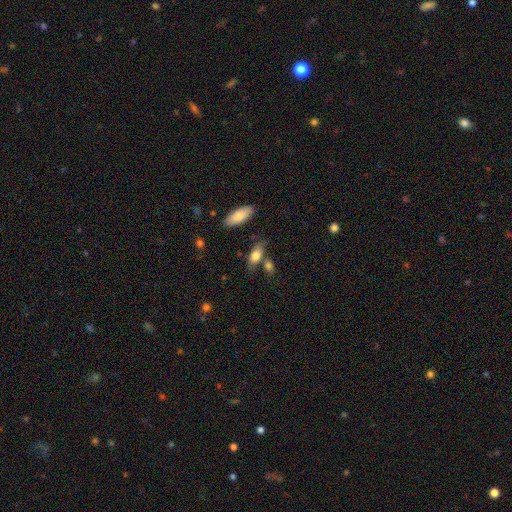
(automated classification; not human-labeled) A smooth galaxy with no disk features (77%) that is in between round and cigar-shaped (81%).

Vote fractions:
- Smooth or featured? smooth: 77% / featured or disk: 15% / star or artifact: 8%
- How rounded? in between: 81% / cigar-shaped: 14% / round: 6%
- Merging? none: 60% / minor disturbance: 17% / merger: 17% / major disturbance: 6%